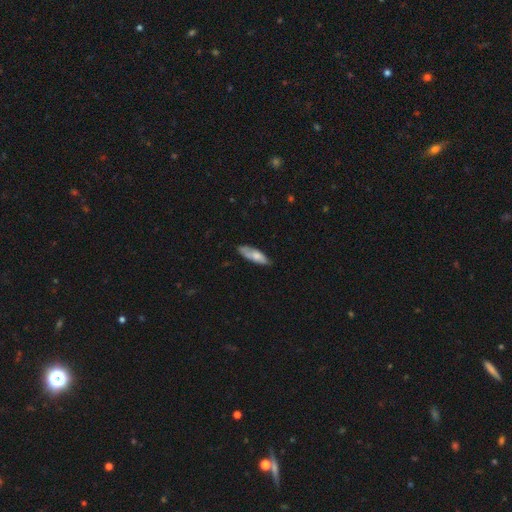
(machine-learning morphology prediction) smooth_or_featured: smooth (p=0.63) [alt: featured or disk p=0.31]
how_rounded: in between (p=0.51) [alt: cigar-shaped p=0.47]
merging: none (p=0.69) [alt: minor disturbance p=0.24]